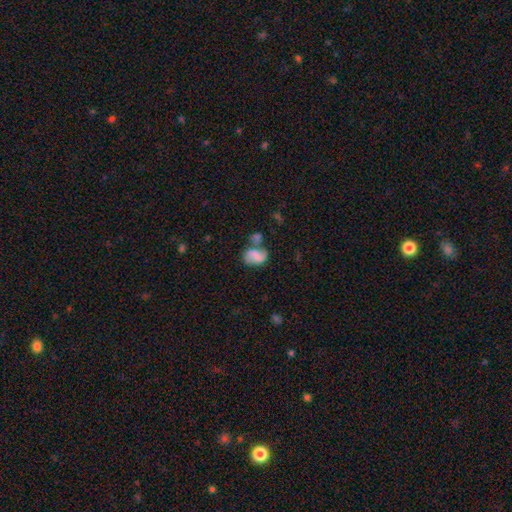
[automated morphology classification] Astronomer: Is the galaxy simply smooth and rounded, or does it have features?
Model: smooth — 55% (runner-up: featured or disk, 34%).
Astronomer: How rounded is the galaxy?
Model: in between — 77%.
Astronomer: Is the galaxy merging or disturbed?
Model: merger — 34% (runner-up: none, 33%).